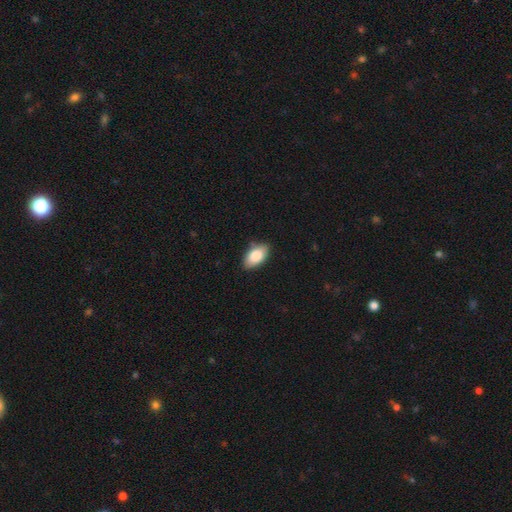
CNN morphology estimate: A smooth galaxy with no disk features (85%) that is in between round and cigar-shaped (93%). Merging: none (83%).